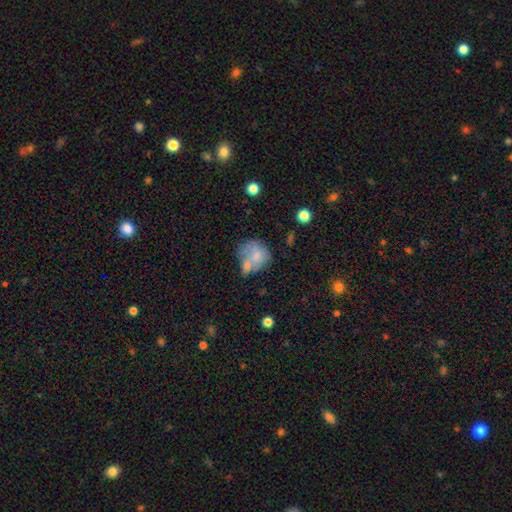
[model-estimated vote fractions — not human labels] smooth-or-featured: smooth: 61% | featured or disk: 30% | star or artifact: 10%
  how-rounded: round: 64% | in between: 35% | cigar-shaped: 1%
  merging: merger: 35% | none: 30% | minor disturbance: 19% | major disturbance: 16%